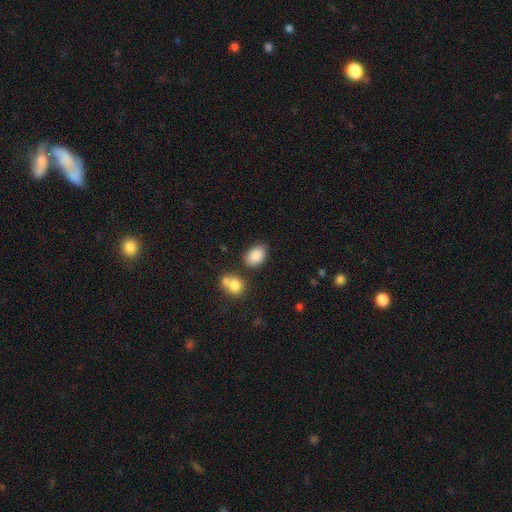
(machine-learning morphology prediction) smooth 87%, star or artifact 8%, featured or disk 5%. Down the decision tree: how rounded — in between (80%); merging — none (71%).